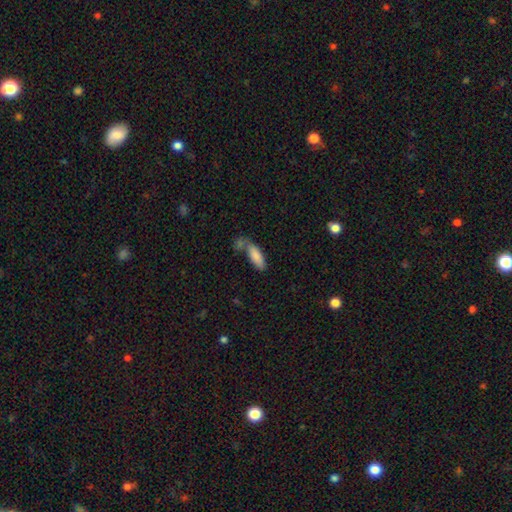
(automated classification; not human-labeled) A smooth galaxy with no disk features (85%) that is in between round and cigar-shaped (65%). Merging: none (44%).